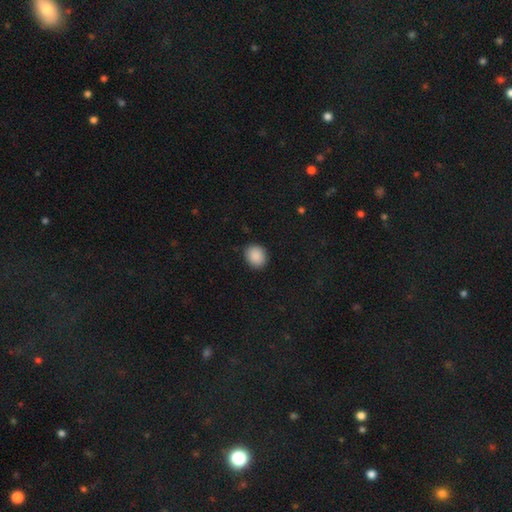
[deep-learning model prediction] Q: Smooth or featured?
A: smooth (89%); runner-up: star or artifact (8%)
Q: How rounded?
A: round (69%); runner-up: in between (30%)
Q: Merging?
A: none (88%); runner-up: minor disturbance (9%)